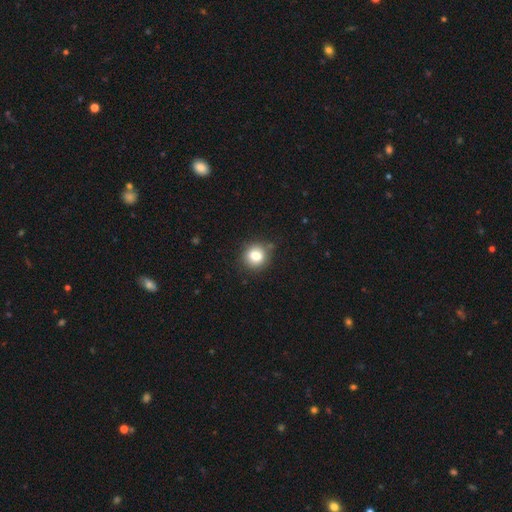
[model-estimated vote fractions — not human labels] Smooth or featured?
  - smooth: 80% *
  - star or artifact: 11%
  - featured or disk: 9%
How rounded?
  - round: 80% *
  - in between: 19%
  - cigar-shaped: 1%
Merging?
  - none: 81% *
  - minor disturbance: 13%
  - major disturbance: 3%
  - merger: 3%